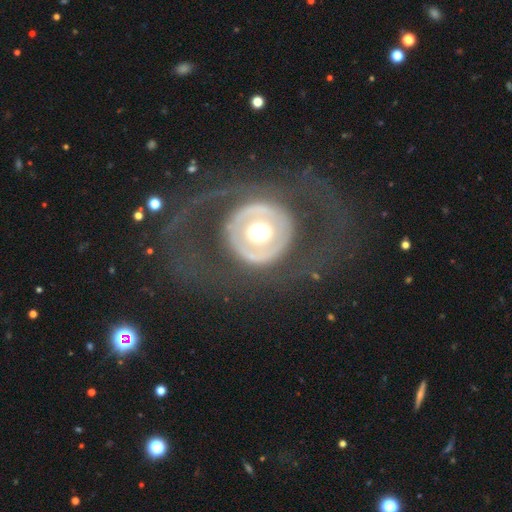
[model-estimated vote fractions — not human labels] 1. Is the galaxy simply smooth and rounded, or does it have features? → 65% featured or disk, 27% smooth, 8% star or artifact.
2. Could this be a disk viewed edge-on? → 93% no, 7% yes.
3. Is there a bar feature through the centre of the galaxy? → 73% no, 15% weak, 12% strong.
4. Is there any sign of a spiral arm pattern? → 68% no, 32% yes.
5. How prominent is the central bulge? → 51% moderate, 37% large, 8% dominant, 3% small, 1% none.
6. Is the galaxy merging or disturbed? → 65% none, 21% major disturbance, 12% minor disturbance, 2% merger.